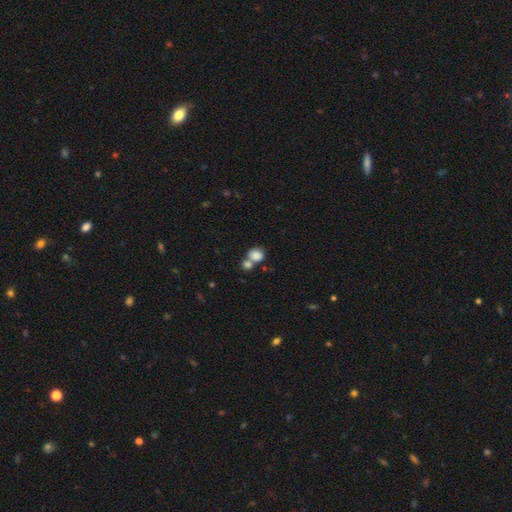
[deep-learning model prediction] Morphology: type=smooth (83%); roundness=round (65%); merging=merger (52%).